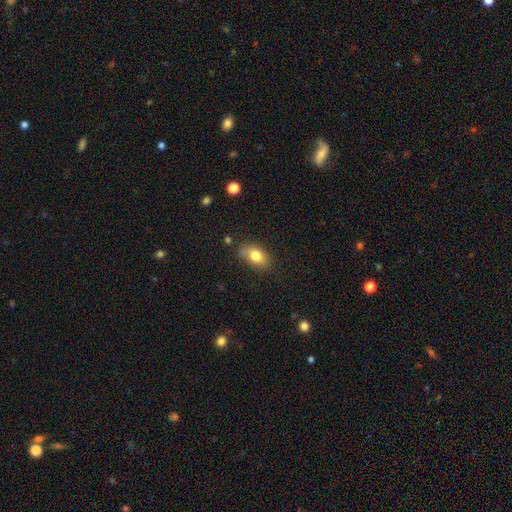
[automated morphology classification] Q: Smooth or featured?
A: smooth (76%); runner-up: featured or disk (15%)
Q: How rounded?
A: in between (86%); runner-up: round (11%)
Q: Merging?
A: none (62%); runner-up: minor disturbance (27%)